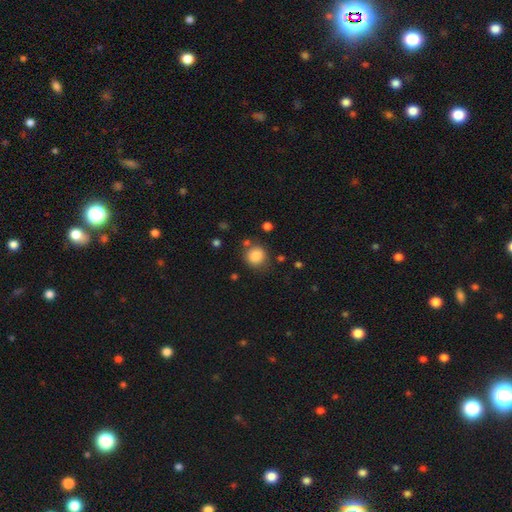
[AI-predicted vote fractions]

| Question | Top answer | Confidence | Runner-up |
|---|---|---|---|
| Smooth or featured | smooth | 86% | star or artifact (10%) |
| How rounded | round | 88% | in between (11%) |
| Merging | none | 78% | minor disturbance (12%) |